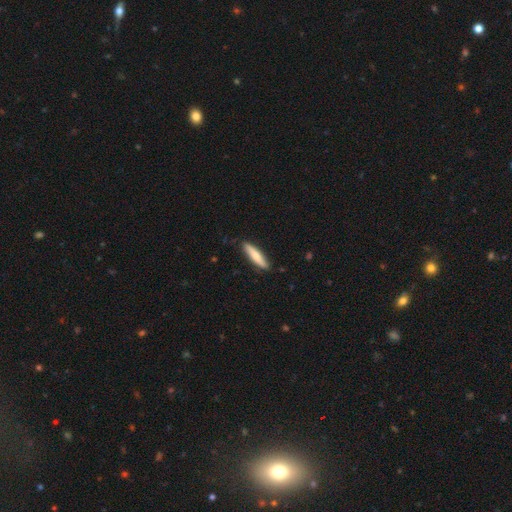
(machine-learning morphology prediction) This appears to be a smooth galaxy with no disk features (72%) that is cigar-shaped (82%). Merging: none (86%).